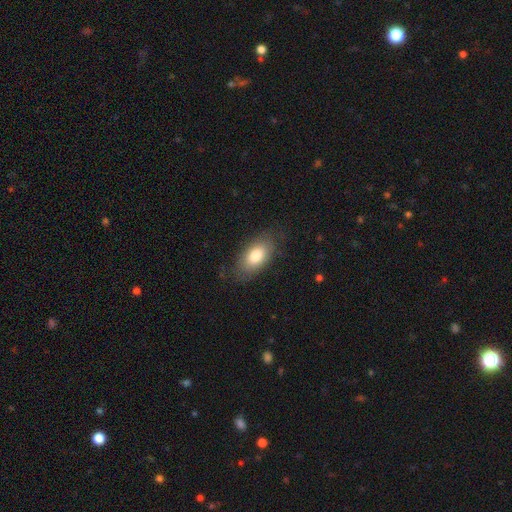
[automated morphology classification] A smooth galaxy with no disk features (79%) that is in between round and cigar-shaped (92%). Merging: none (78%).